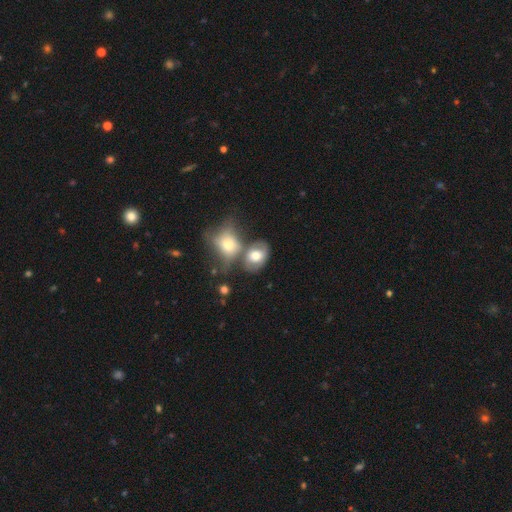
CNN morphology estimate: smooth 61%, featured or disk 31%, star or artifact 8%. Down the decision tree: how rounded — in between (70%); merging — merger (48%).